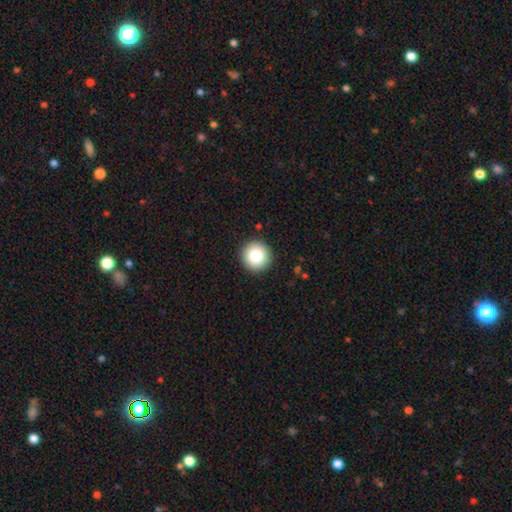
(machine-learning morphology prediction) Smooth or featured? Predicted: smooth (p=0.82). How rounded? Predicted: round (p=0.96). Merging? Predicted: none (p=0.92).